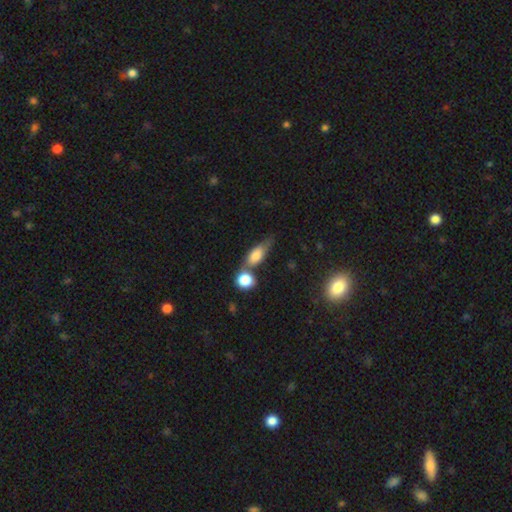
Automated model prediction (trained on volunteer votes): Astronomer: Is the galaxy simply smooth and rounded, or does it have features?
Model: smooth — 71%.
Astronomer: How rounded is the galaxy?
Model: in between — 69%.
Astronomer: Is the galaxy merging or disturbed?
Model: merger — 39% (runner-up: none, 36%).